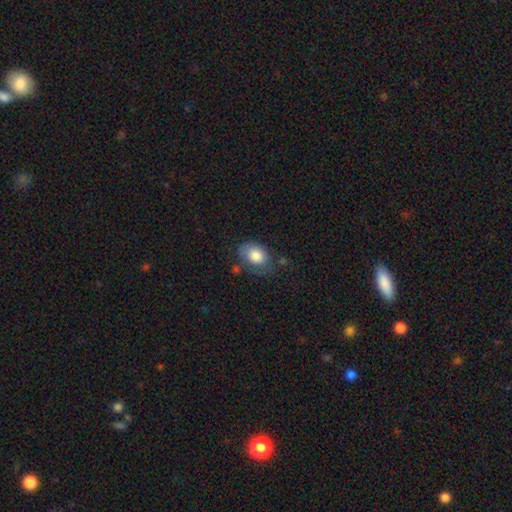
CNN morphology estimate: Overall: smooth (79%). How rounded: in between (75%). Merging: none (54%; minor disturbance 28%).